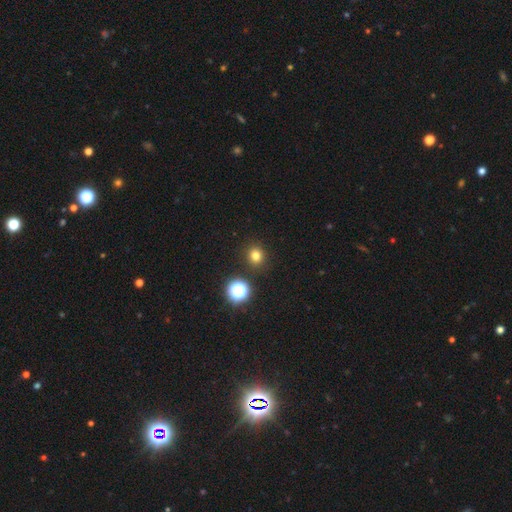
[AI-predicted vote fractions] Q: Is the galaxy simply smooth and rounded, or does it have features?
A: smooth — 77%.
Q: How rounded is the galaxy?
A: round — 87%.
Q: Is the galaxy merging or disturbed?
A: none — 90%.